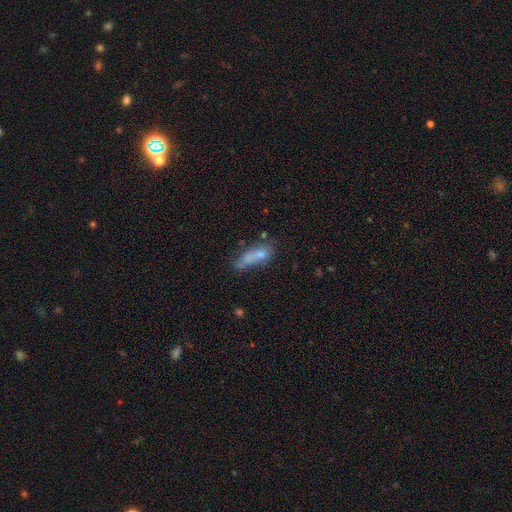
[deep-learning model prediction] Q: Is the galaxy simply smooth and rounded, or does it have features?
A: smooth — 69%.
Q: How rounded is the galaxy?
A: in between — 60%.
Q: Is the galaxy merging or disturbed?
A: none — 38%.